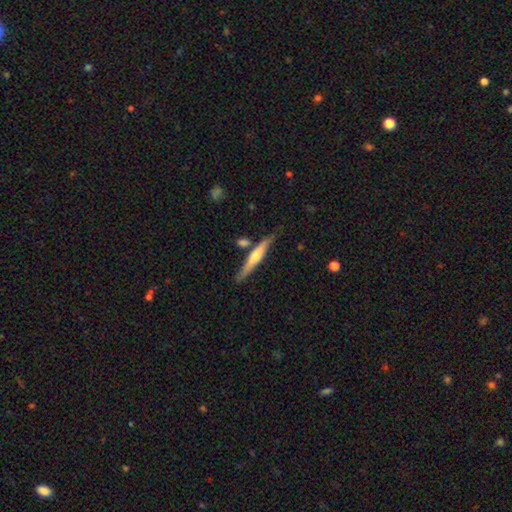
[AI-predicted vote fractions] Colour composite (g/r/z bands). It shows a featured or disk galaxy (56%) viewed edge-on (96%) with a rounded central bulge (75%). Merging: none (79%).